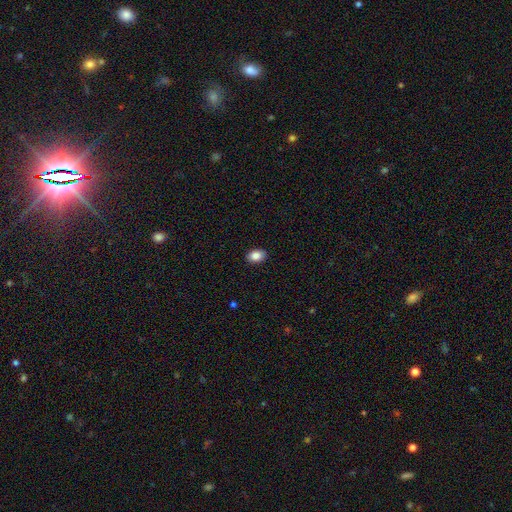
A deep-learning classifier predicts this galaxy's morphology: smooth-or-featured: smooth: 87% | star or artifact: 8% | featured or disk: 5%
  how-rounded: in between: 78% | round: 21% | cigar-shaped: 1%
  merging: none: 90% | minor disturbance: 7% | major disturbance: 2% | merger: 1%